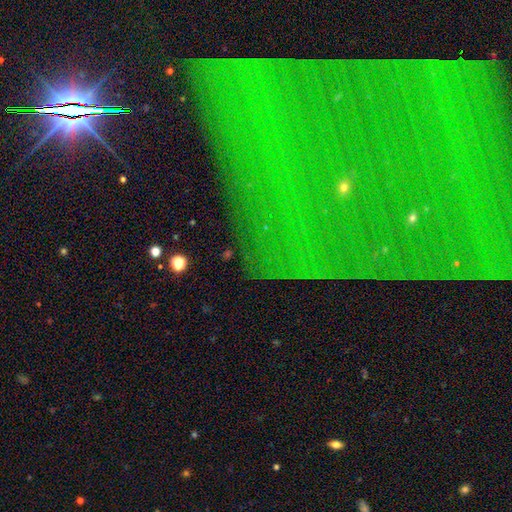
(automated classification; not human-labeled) smooth_or_featured: star or artifact (p=0.82) [alt: featured or disk p=0.10]